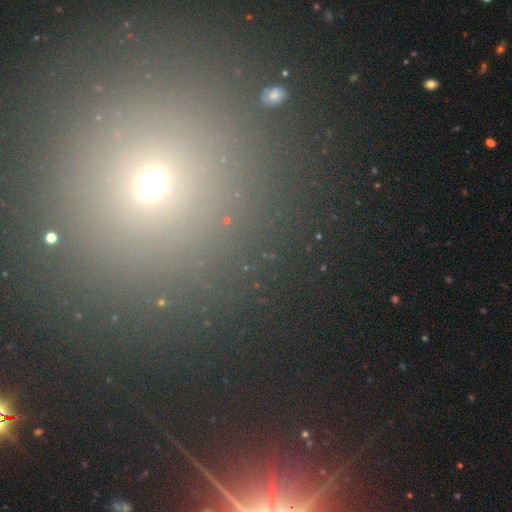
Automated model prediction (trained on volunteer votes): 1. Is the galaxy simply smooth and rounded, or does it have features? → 45% smooth, 44% star or artifact, 10% featured or disk.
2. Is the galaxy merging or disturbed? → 87% none, 6% minor disturbance, 4% major disturbance, 3% merger.